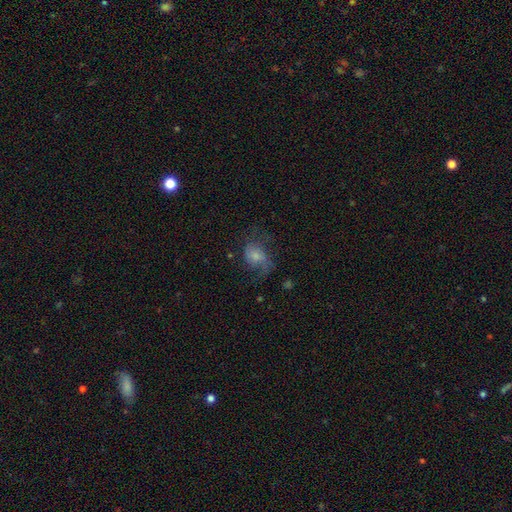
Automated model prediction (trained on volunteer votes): smooth-or-featured: featured or disk: 45% | smooth: 44% | star or artifact: 11%
  merging: none: 40% | major disturbance: 35% | minor disturbance: 23% | merger: 2%